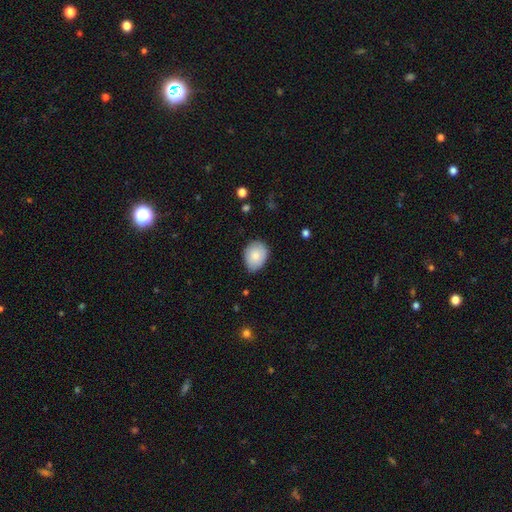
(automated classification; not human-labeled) A smooth galaxy with no disk features (81%) that is in between round and cigar-shaped (58%).

Vote fractions:
- Smooth or featured? smooth: 81% / featured or disk: 12% / star or artifact: 7%
- How rounded? in between: 58% / round: 41% / cigar-shaped: 1%
- Merging? none: 72% / minor disturbance: 24% / major disturbance: 3% / merger: 1%